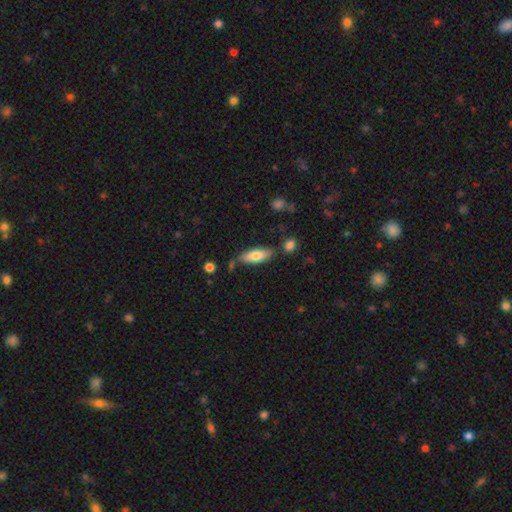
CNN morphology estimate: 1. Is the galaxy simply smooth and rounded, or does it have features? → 74% smooth, 20% featured or disk, 6% star or artifact.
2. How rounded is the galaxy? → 64% in between, 34% cigar-shaped, 2% round.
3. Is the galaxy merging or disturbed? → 77% none, 14% minor disturbance, 6% merger, 3% major disturbance.